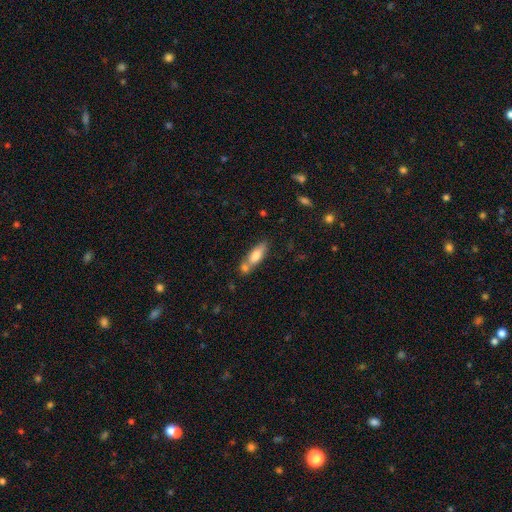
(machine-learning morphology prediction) A smooth galaxy with no disk features (70%) that is in between round and cigar-shaped (55%).

Vote fractions:
- Smooth or featured? smooth: 70% / featured or disk: 23% / star or artifact: 7%
- How rounded? in between: 55% / cigar-shaped: 42% / round: 3%
- Merging? none: 47% / merger: 34% / minor disturbance: 14% / major disturbance: 4%